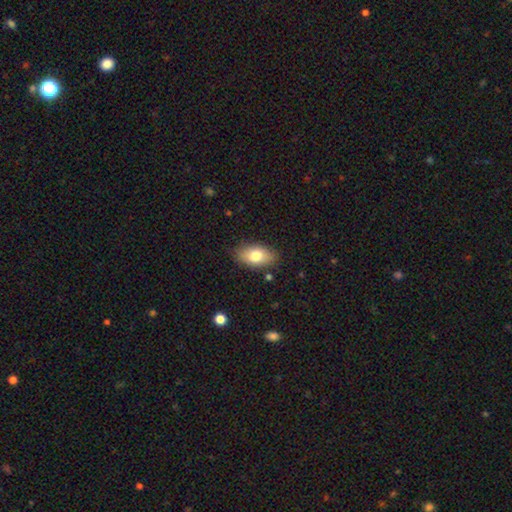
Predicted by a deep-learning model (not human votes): This appears to be a smooth galaxy with no disk features (77%) that is in between round and cigar-shaped (90%). Merging: none (83%).